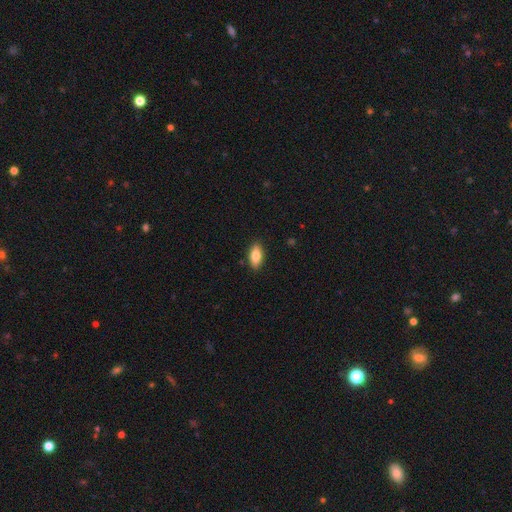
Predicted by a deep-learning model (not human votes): Smooth or featured? Predicted: smooth (p=0.82). How rounded? Predicted: in between (p=0.87). Merging? Predicted: none (p=0.88).